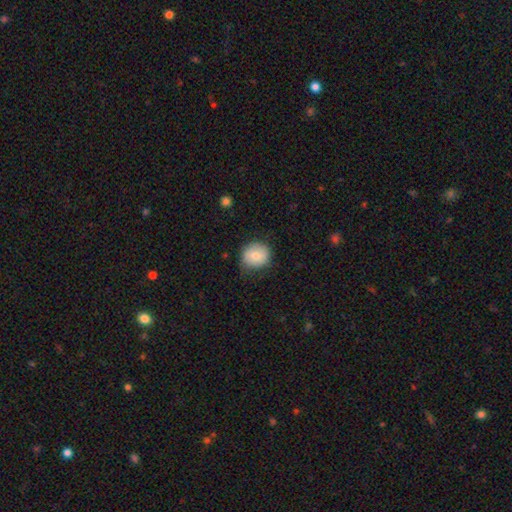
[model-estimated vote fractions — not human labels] smooth-or-featured: smooth: 76% | featured or disk: 16% | star or artifact: 7%
  how-rounded: round: 80% | in between: 19% | cigar-shaped: 1%
  merging: none: 73% | minor disturbance: 21% | major disturbance: 5% | merger: 1%